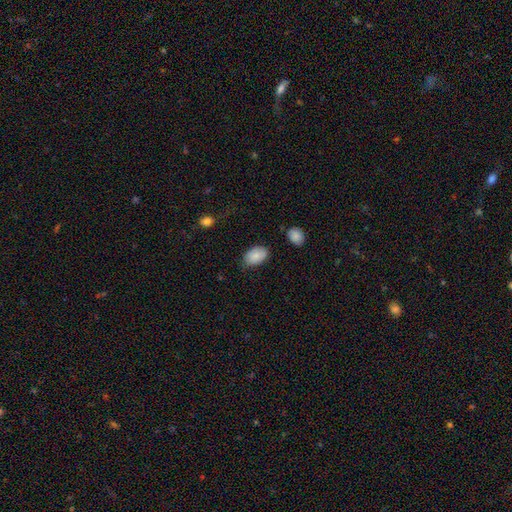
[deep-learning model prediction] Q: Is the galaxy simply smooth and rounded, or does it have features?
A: smooth — 84%.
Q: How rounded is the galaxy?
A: in between — 90%.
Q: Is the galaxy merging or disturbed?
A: none — 73%.